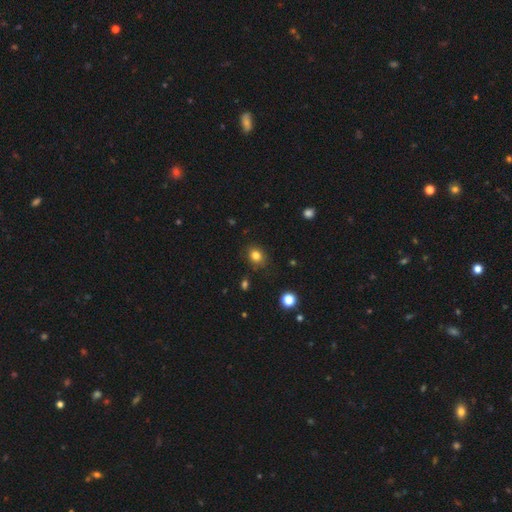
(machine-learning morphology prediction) Smooth or featured?
  - smooth: 81% *
  - star or artifact: 12%
  - featured or disk: 6%
How rounded?
  - round: 57% *
  - in between: 42%
  - cigar-shaped: 1%
Merging?
  - none: 83% *
  - minor disturbance: 12%
  - major disturbance: 3%
  - merger: 2%